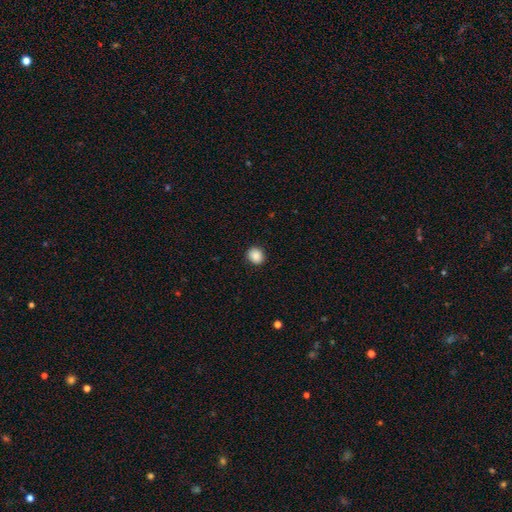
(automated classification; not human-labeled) smooth 88%, star or artifact 9%, featured or disk 3%. Down the decision tree: how rounded — round (80%); merging — none (91%).